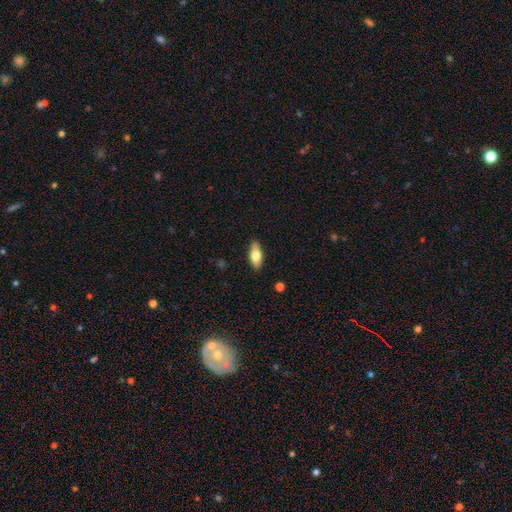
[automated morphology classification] Smooth or featured?
  - smooth: 70% *
  - featured or disk: 24%
  - star or artifact: 6%
How rounded?
  - in between: 78% *
  - cigar-shaped: 19%
  - round: 3%
Merging?
  - none: 89% *
  - minor disturbance: 9%
  - major disturbance: 2%
  - merger: 1%